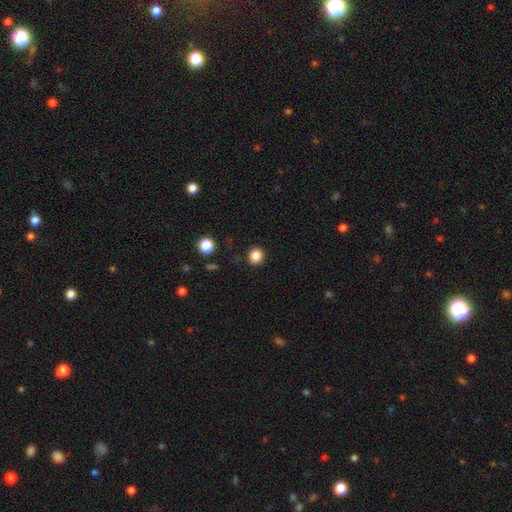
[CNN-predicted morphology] Overall: smooth (86%). How rounded: round (89%). Merging: none (91%).